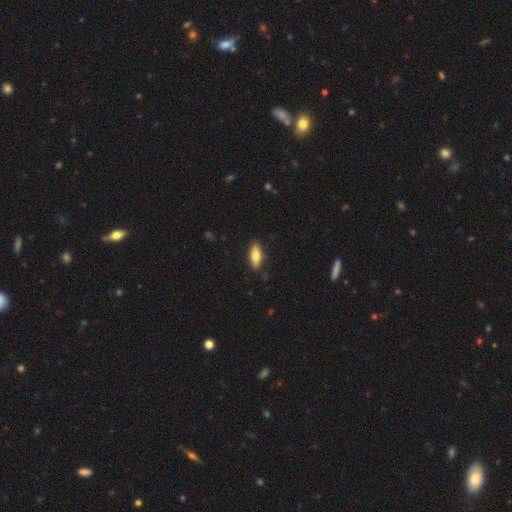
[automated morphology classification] This is likely a smooth galaxy (73%). How rounded: likely in between (71%). Merging: clearly none (87%).